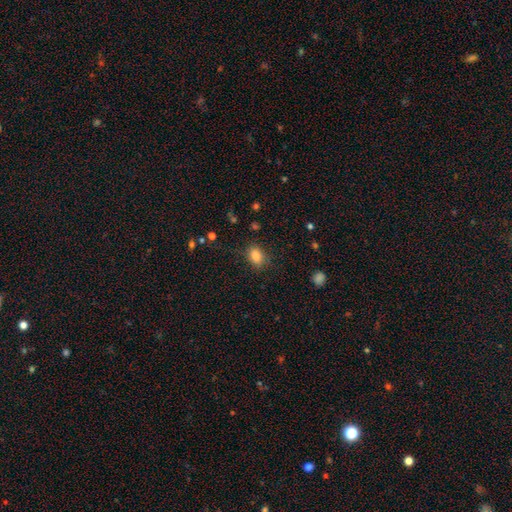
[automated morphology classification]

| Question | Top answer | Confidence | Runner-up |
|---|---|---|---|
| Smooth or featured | smooth | 85% | star or artifact (10%) |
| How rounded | in between | 75% | round (23%) |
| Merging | none | 79% | minor disturbance (14%) |